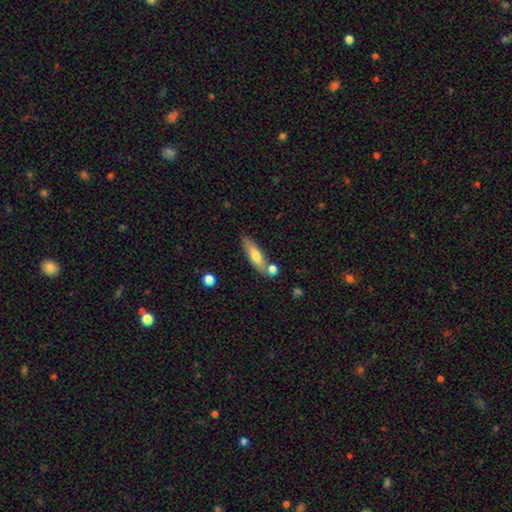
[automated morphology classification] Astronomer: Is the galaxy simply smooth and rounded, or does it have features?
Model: smooth — 65%.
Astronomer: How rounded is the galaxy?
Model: cigar-shaped — 57% (runner-up: in between, 41%).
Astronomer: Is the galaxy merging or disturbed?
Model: none — 67%.